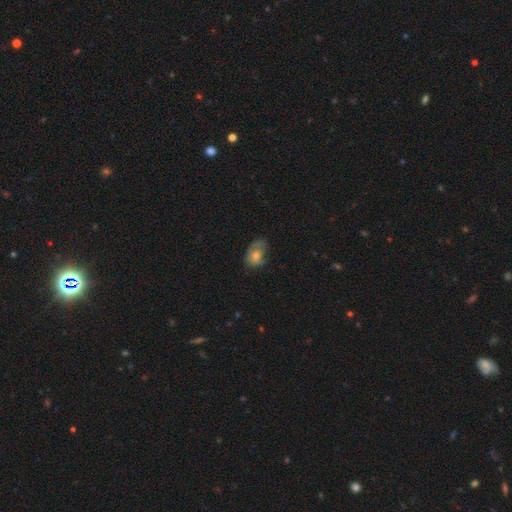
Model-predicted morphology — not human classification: smooth 54%, featured or disk 36%, star or artifact 10%. Down the decision tree: how rounded — in between (74%); merging — none (44%).